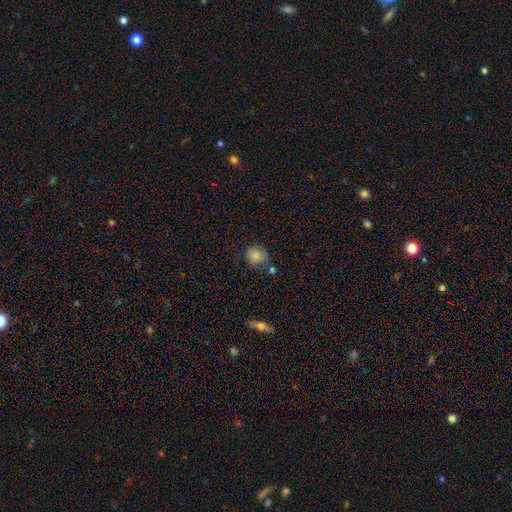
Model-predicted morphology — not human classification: Smooth or featured? Predicted: smooth (p=0.84). How rounded? Predicted: round (p=0.86). Merging? Predicted: none (p=0.72).